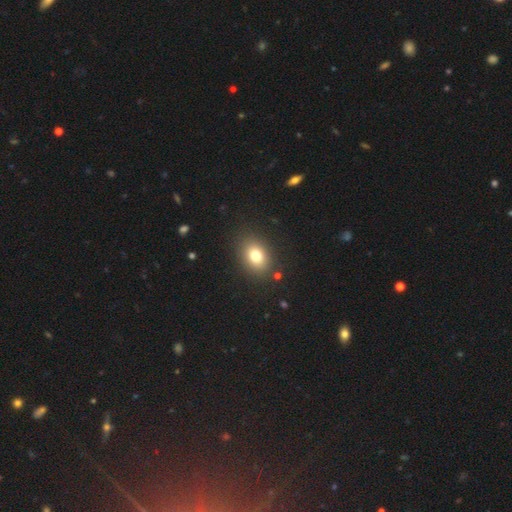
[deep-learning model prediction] Smooth or featured? smooth (78%)
How rounded? in between (68%)
Merging? none (87%)